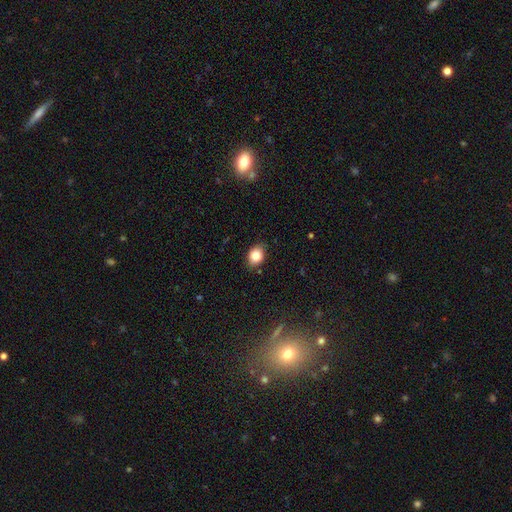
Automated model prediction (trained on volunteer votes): Q: Smooth or featured?
A: smooth (83%); runner-up: star or artifact (9%)
Q: How rounded?
A: in between (64%); runner-up: round (34%)
Q: Merging?
A: none (83%); runner-up: minor disturbance (14%)